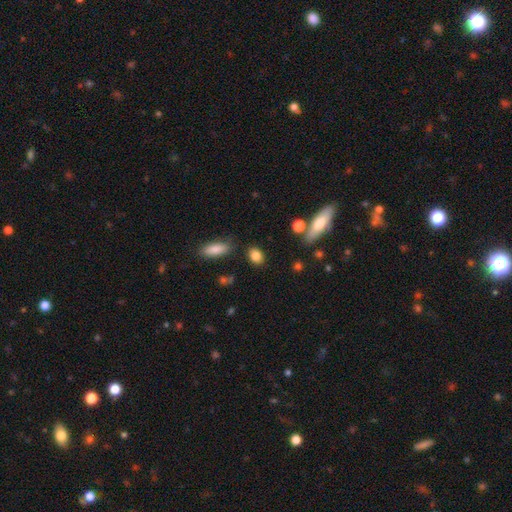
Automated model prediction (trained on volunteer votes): This is clearly a smooth galaxy (85%). How rounded: likely in between (70%). Merging: clearly none (83%).